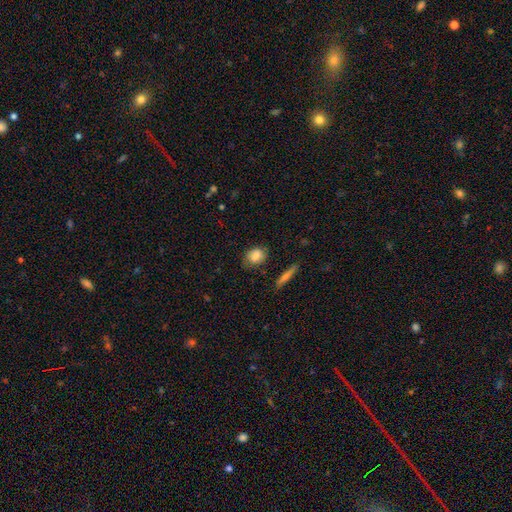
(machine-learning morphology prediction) Smooth or featured? smooth (83%)
How rounded? in between (62%)
Merging? none (72%)